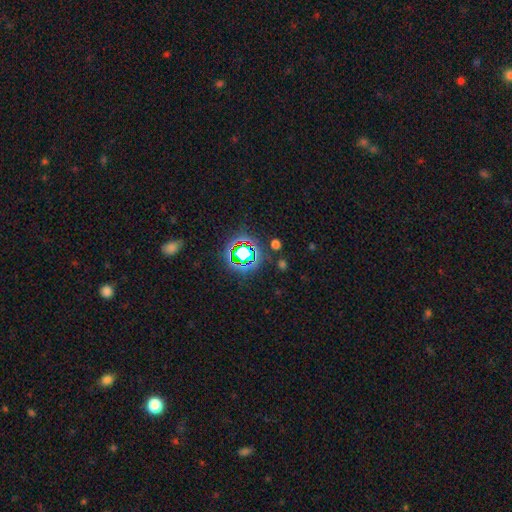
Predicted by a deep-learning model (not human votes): This appears to be a star or artifact, not a galaxy (76%).